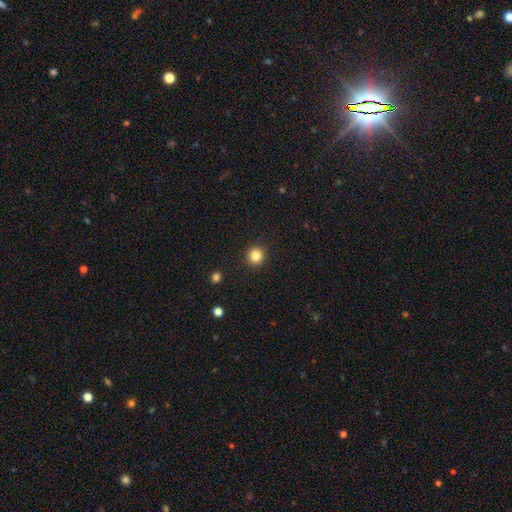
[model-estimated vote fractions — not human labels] smooth-or-featured: smooth: 84% | star or artifact: 11% | featured or disk: 5%
  how-rounded: round: 93% | in between: 6% | cigar-shaped: 1%
  merging: none: 92% | minor disturbance: 5% | major disturbance: 2% | merger: 1%